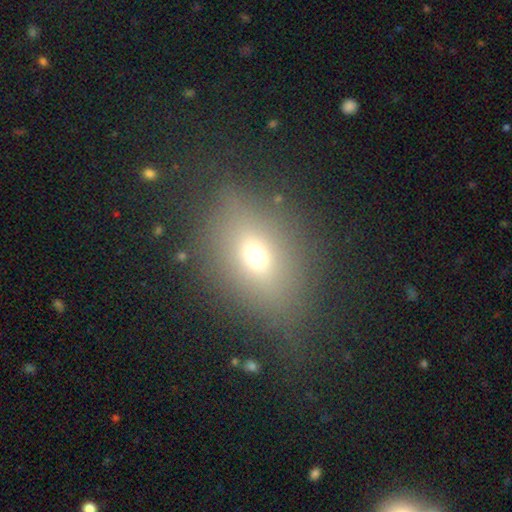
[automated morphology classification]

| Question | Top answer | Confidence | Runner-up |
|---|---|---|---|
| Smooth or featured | smooth | 59% | featured or disk (23%) |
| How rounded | in between | 67% | round (28%) |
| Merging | none | 72% | minor disturbance (16%) |